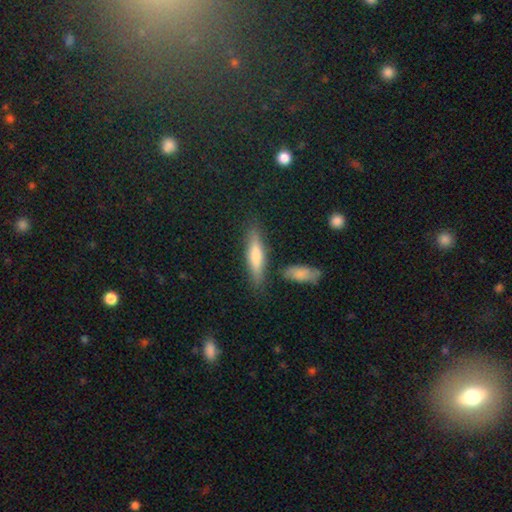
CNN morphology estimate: Smooth or featured? smooth (55%)
How rounded? cigar-shaped (79%)
Merging? none (81%)